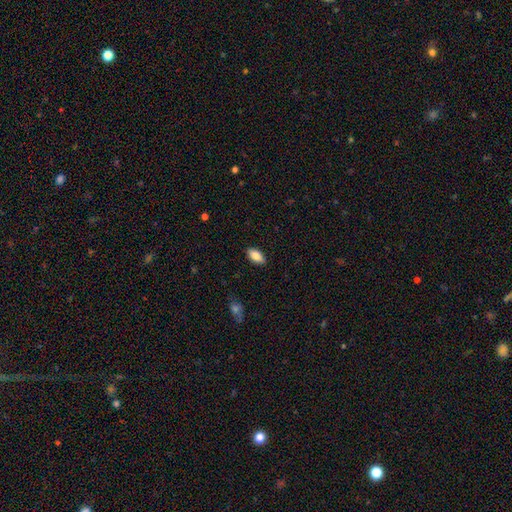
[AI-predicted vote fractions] The model was most divided on "smooth or featured": smooth: 85%, featured or disk: 8%, star or artifact: 7%. More confident: how rounded — in between (92%); merging — none (88%).